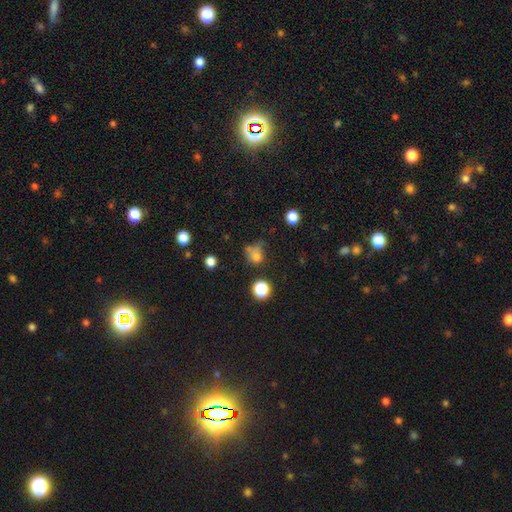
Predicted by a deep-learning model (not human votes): Morphology: type=smooth (70%); roundness=round (68%); merging=none (45%).